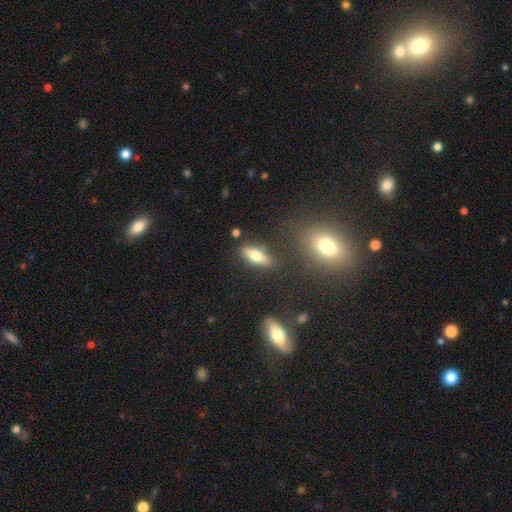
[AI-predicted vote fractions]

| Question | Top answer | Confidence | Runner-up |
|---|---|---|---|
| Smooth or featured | smooth | 65% | featured or disk (27%) |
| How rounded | in between | 64% | cigar-shaped (33%) |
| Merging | none | 81% | minor disturbance (11%) |